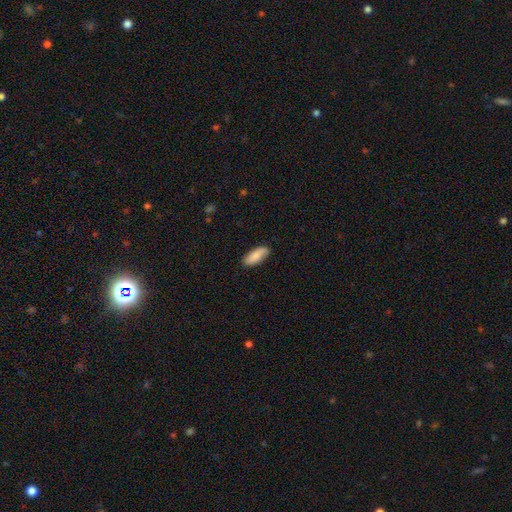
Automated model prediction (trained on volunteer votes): smooth_or_featured: smooth (p=0.83) [alt: featured or disk p=0.12]
how_rounded: in between (p=0.74) [alt: cigar-shaped p=0.24]
merging: none (p=0.86) [alt: minor disturbance p=0.11]